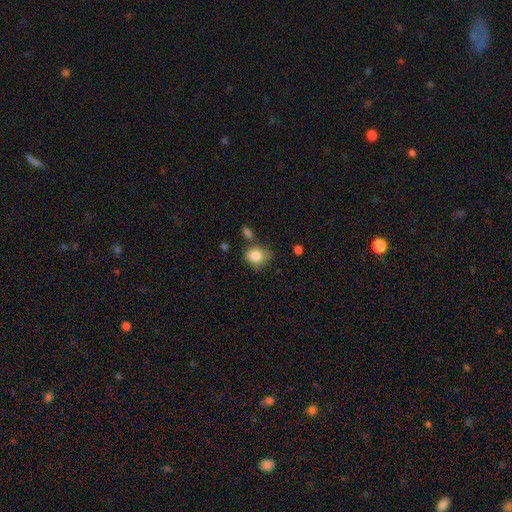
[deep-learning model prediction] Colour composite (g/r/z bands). It shows a smooth galaxy with no disk features (82%) that is round (61%). Merging: none (57%).